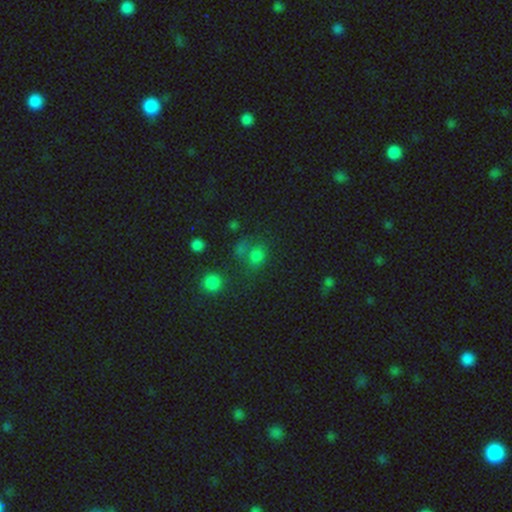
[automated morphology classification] This appears to be a smooth galaxy with no disk features (63%) that is round (61%). Merging: none (49%).